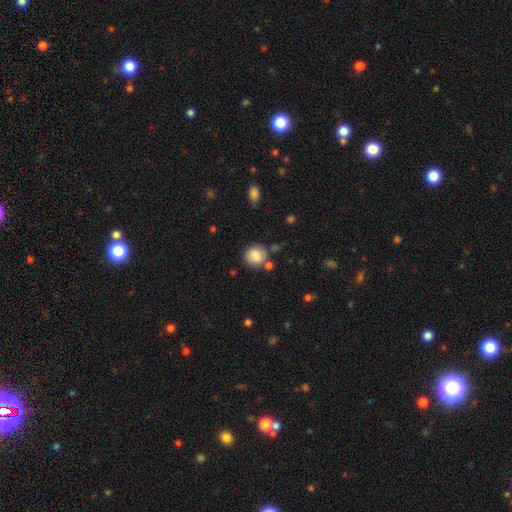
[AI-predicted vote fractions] A smooth galaxy with no disk features (83%) that is round (81%). Merging: none (71%).